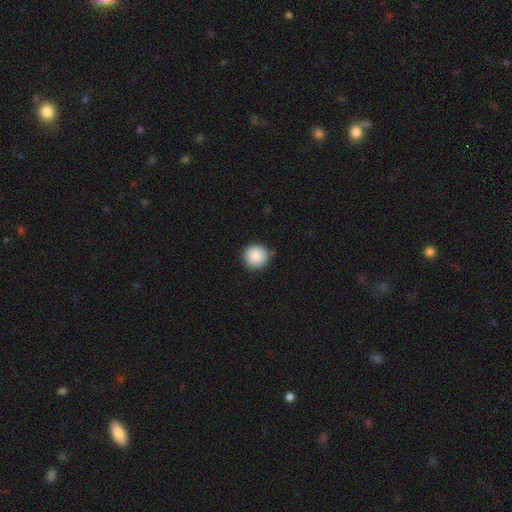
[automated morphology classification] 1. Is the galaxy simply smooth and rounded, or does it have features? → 88% smooth, 7% star or artifact, 4% featured or disk.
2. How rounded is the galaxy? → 94% round, 5% in between, 1% cigar-shaped.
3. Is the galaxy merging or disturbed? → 86% none, 11% minor disturbance, 2% major disturbance, 1% merger.